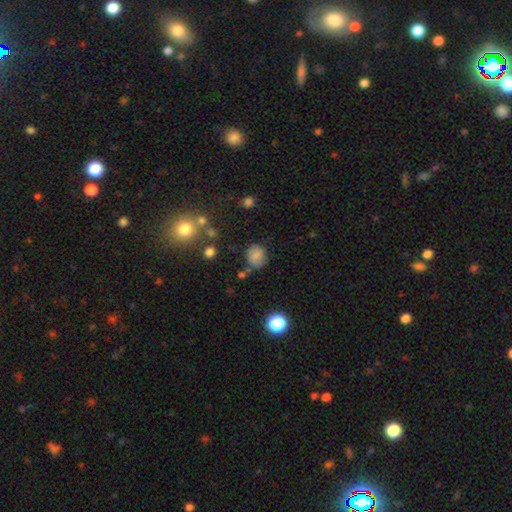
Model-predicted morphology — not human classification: The model was most divided on "how rounded": round: 70%, in between: 29%, cigar-shaped: 1%. More confident: smooth or featured — smooth (76%); merging — none (69%).